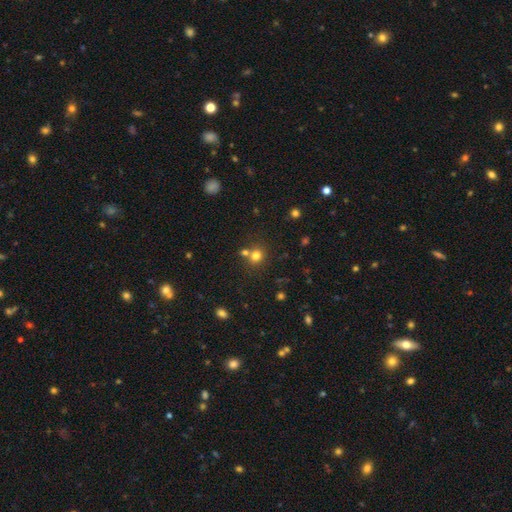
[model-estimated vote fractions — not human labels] Overall: smooth (76%). How rounded: round (81%). Merging: none (61%; merger 27%).